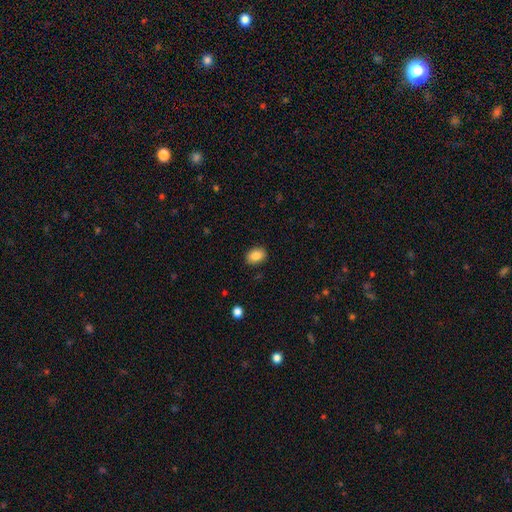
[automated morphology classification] This is clearly a smooth galaxy (86%). How rounded: likely in between (75%). Merging: clearly none (87%).